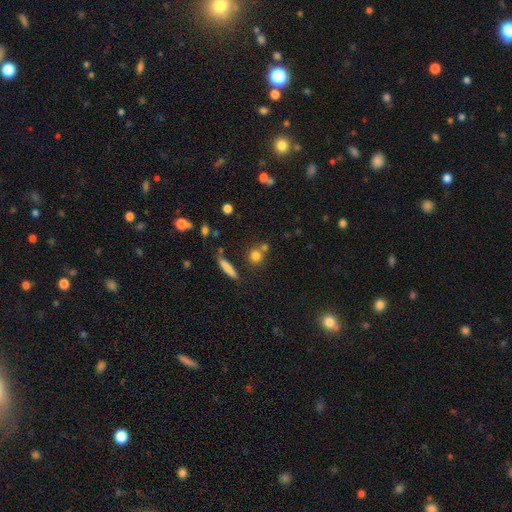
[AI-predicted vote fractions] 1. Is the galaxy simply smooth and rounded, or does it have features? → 75% smooth, 13% star or artifact, 11% featured or disk.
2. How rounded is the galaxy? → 79% round, 15% in between, 7% cigar-shaped.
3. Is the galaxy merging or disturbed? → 61% none, 26% merger, 9% minor disturbance, 4% major disturbance.